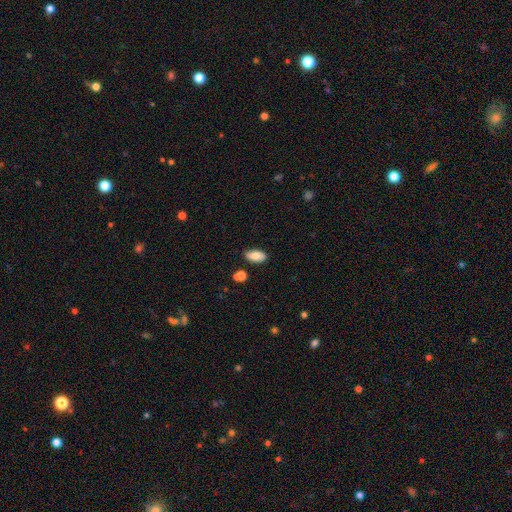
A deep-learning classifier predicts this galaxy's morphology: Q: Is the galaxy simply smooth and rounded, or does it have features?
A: smooth — 83%.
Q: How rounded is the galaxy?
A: in between — 92%.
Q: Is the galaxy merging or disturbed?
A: none — 83%.